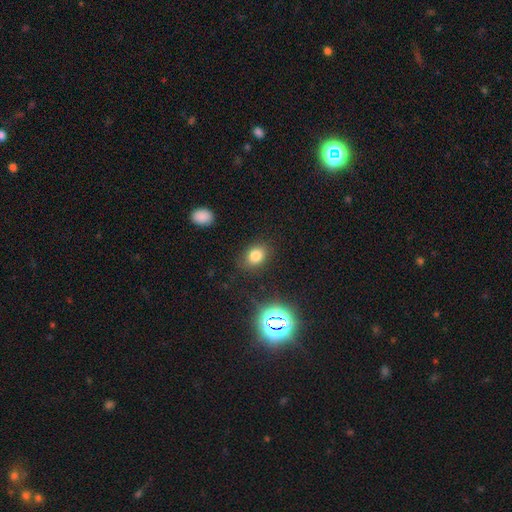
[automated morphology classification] Overall: smooth (77%). How rounded: in between (58%; round 41%). Merging: none (82%).